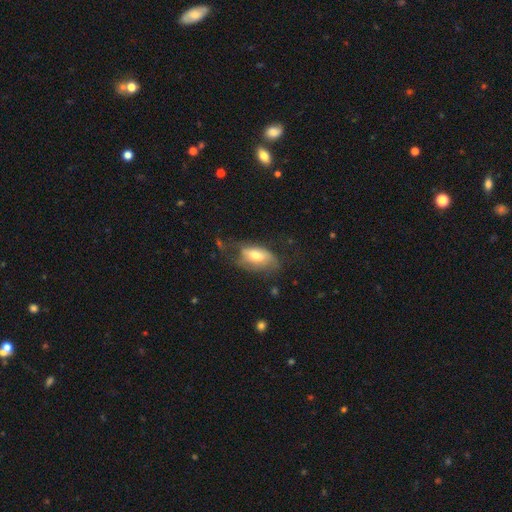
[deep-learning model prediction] Smooth or featured: smooth — 56% (featured or disk — 36%)
How rounded: in between — 90% (cigar-shaped — 5%)
Merging: none — 41% (minor disturbance — 30%)